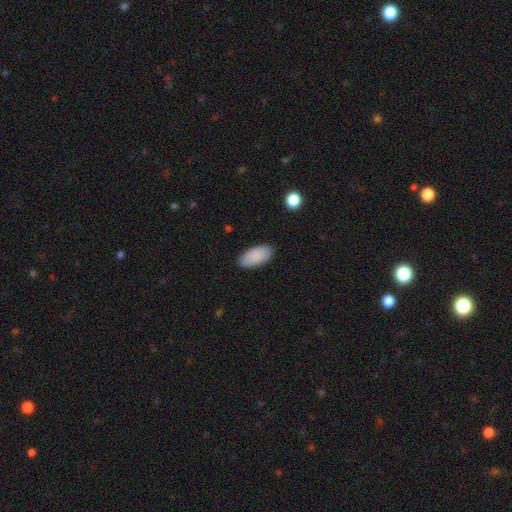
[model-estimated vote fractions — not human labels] A smooth galaxy with no disk features (89%) that is in between round and cigar-shaped (93%). Merging: none (86%).